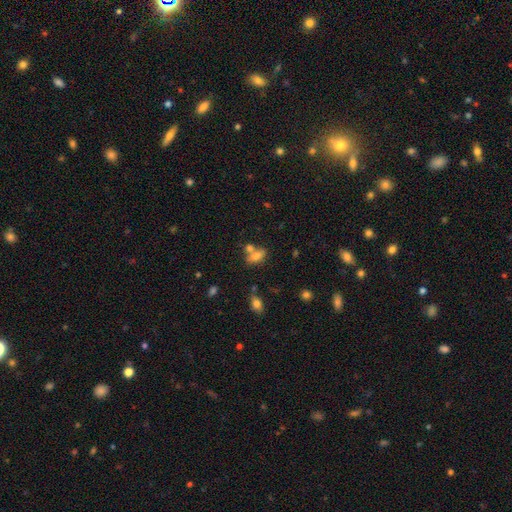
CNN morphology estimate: This appears to be a smooth galaxy with no disk features (75%) that is in between round and cigar-shaped (82%). Merging: none (48%).